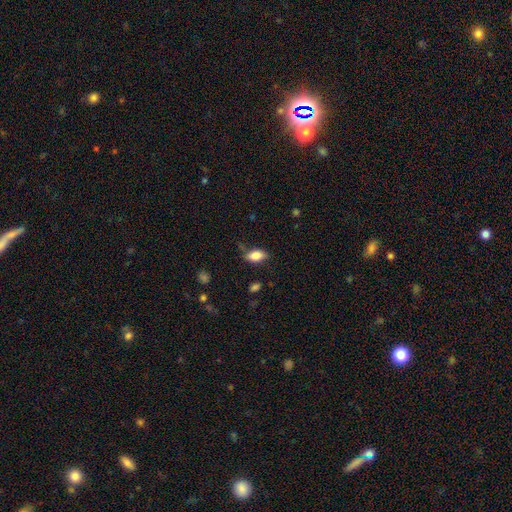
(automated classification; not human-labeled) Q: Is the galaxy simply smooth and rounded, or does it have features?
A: smooth — 82%.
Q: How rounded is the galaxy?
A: in between — 90%.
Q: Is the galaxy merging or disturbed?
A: none — 75%.